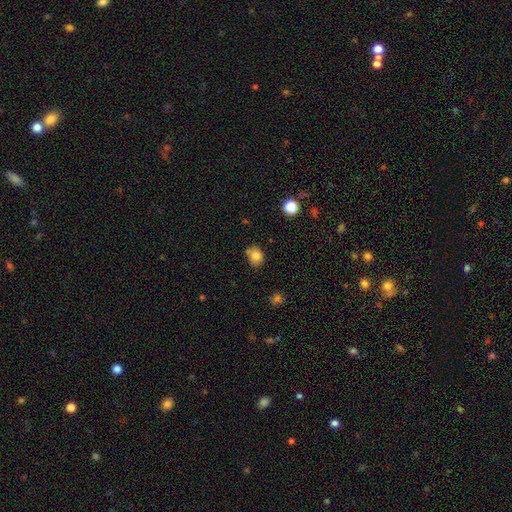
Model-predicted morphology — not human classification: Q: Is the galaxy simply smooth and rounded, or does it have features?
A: smooth — 81%.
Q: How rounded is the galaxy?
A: round — 64%.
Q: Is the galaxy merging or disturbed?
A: none — 63%.